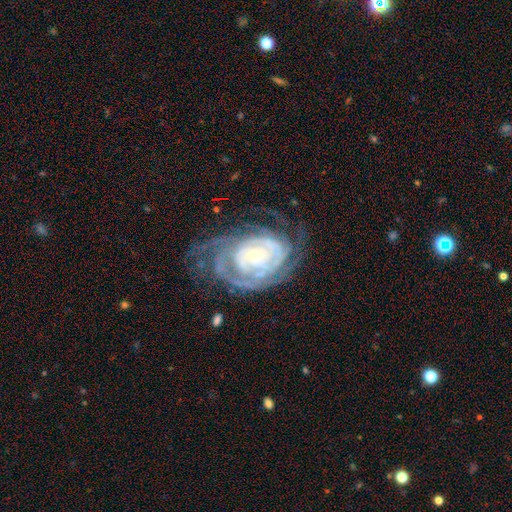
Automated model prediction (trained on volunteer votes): Morphology: type=featured or disk (87%); edge-on=no (96%); bar=no (65%); spiral arms=yes (94%); winding=tight (74%); arm count=can't tell (38%); bulge=small (65%); merging=none (58%).